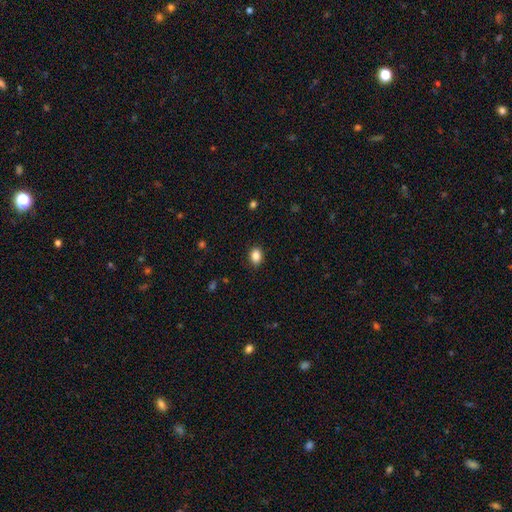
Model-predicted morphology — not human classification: Smooth or featured: smooth — 87% (star or artifact — 9%)
How rounded: in between — 64% (round — 35%)
Merging: none — 88% (minor disturbance — 9%)